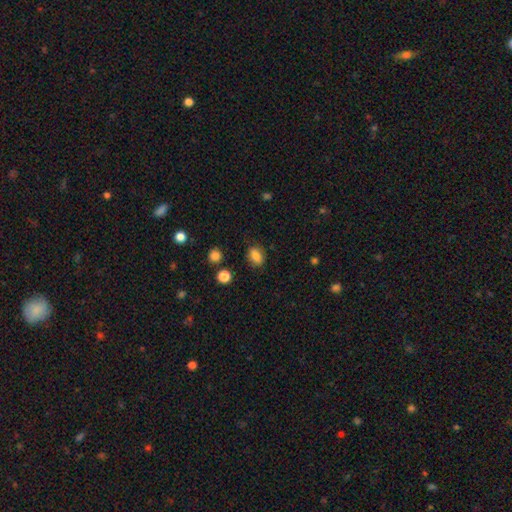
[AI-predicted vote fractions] smooth_or_featured: smooth (p=0.84) [alt: star or artifact p=0.10]
how_rounded: in between (p=0.76) [alt: round p=0.21]
merging: none (p=0.82) [alt: minor disturbance p=0.12]